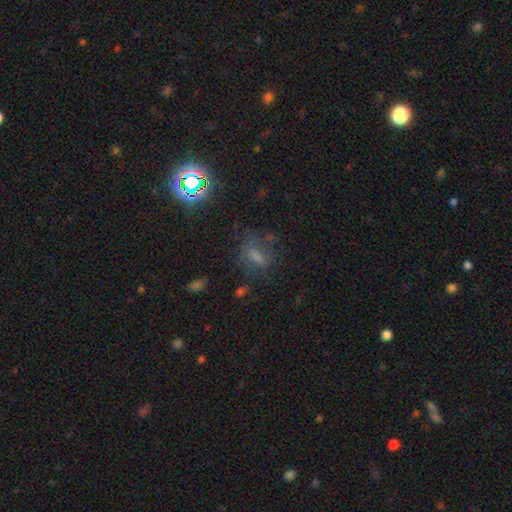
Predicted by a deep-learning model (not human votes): smooth 42%, star or artifact 38%, featured or disk 20%. Down the decision tree: merging — none (64%).